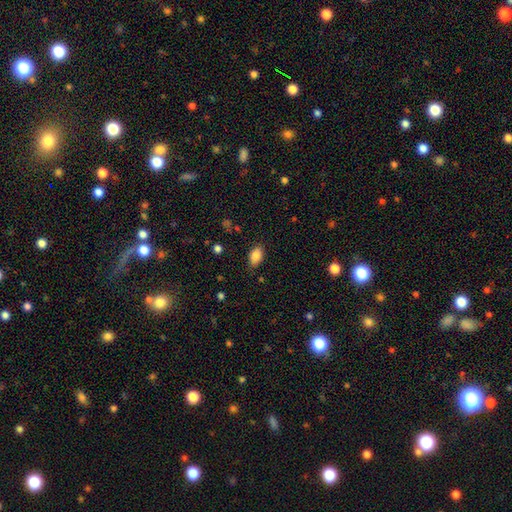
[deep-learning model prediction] Smooth or featured? smooth (86%)
How rounded? in between (91%)
Merging? none (83%)